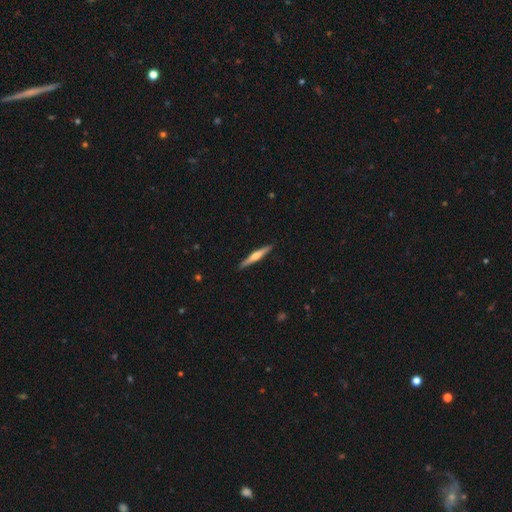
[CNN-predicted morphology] This appears to be a featured or disk galaxy (64%) viewed edge-on (98%) with a rounded central bulge (84%). Merging: none (91%).